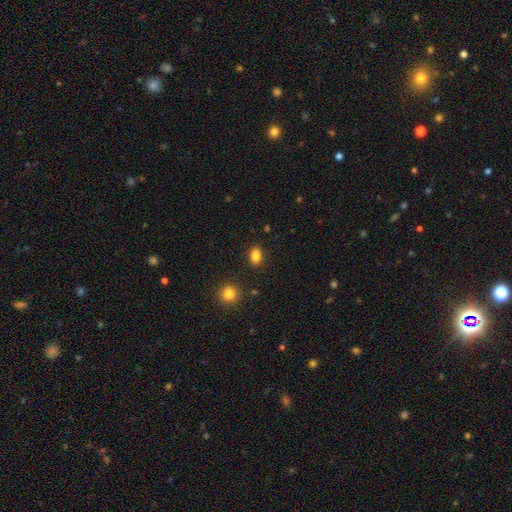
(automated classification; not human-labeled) smooth 85%, star or artifact 10%, featured or disk 5%. Down the decision tree: how rounded — in between (82%); merging — none (87%).